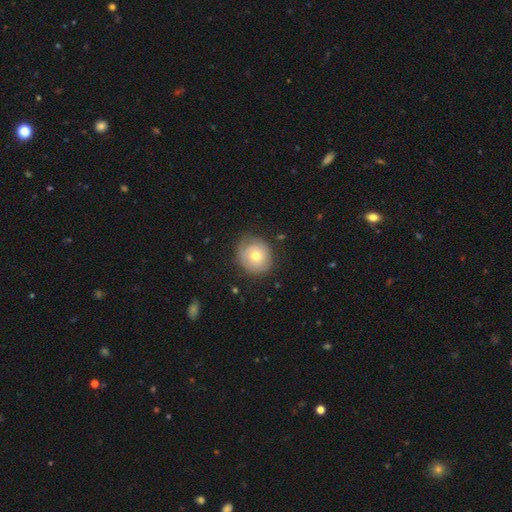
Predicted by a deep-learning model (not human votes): smooth-or-featured: smooth: 62% | featured or disk: 30% | star or artifact: 8%
  how-rounded: round: 85% | in between: 14% | cigar-shaped: 1%
  merging: none: 73% | minor disturbance: 20% | major disturbance: 6% | merger: 1%